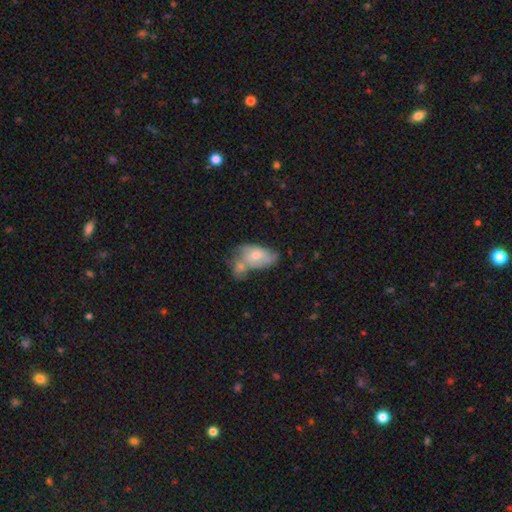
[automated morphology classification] Q: Smooth or featured?
A: smooth (60%); runner-up: featured or disk (33%)
Q: How rounded?
A: in between (91%); runner-up: round (6%)
Q: Merging?
A: merger (53%); runner-up: none (22%)